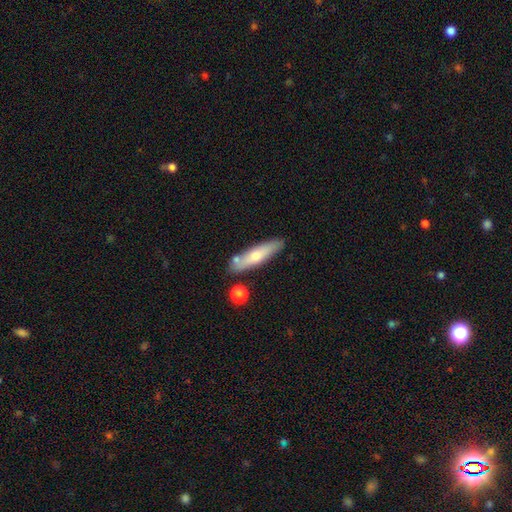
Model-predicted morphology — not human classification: This is possibly a smooth galaxy (51%). How rounded: likely cigar-shaped (76%). Merging: likely none (79%).